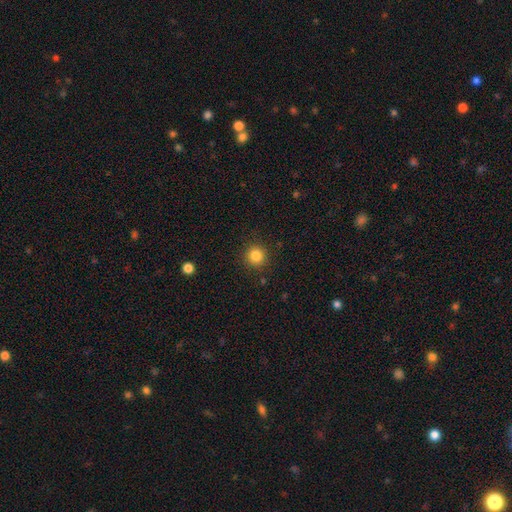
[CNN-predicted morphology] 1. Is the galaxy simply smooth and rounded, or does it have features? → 84% smooth, 11% star or artifact, 5% featured or disk.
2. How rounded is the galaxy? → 94% round, 5% in between, 1% cigar-shaped.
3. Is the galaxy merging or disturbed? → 90% none, 6% minor disturbance, 2% major disturbance, 1% merger.